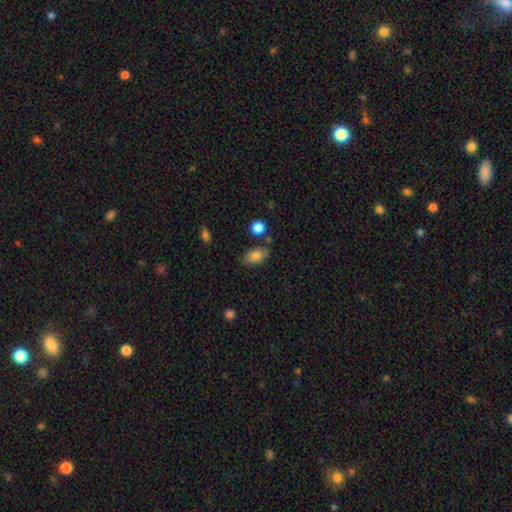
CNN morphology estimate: Smooth or featured? smooth (82%)
How rounded? in between (89%)
Merging? none (73%)